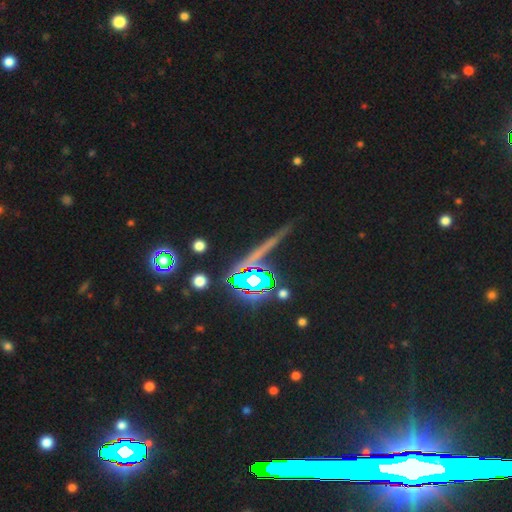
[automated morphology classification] smooth-or-featured: star or artifact: 68% | featured or disk: 17% | smooth: 14%